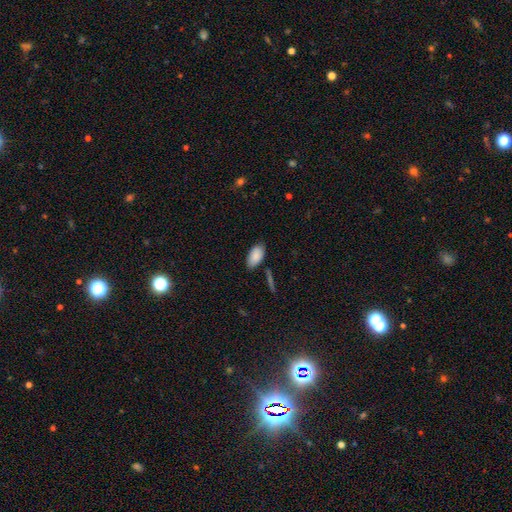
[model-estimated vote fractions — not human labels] This is clearly a smooth galaxy (87%). How rounded: clearly in between (94%). Merging: likely none (78%).